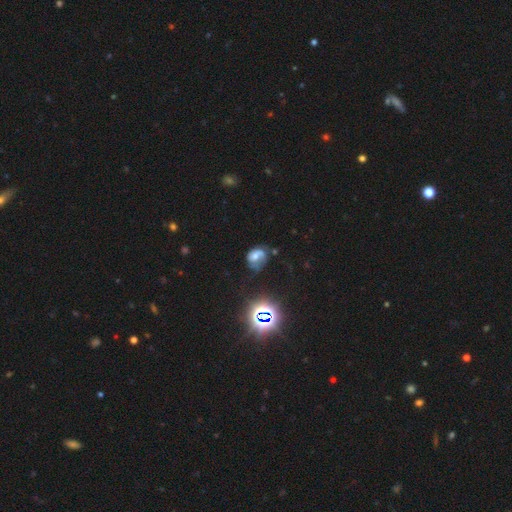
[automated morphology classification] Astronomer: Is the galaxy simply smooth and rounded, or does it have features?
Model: featured or disk — 48% (runner-up: smooth, 32%).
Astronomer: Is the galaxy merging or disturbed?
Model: none — 37% (runner-up: minor disturbance, 28%).